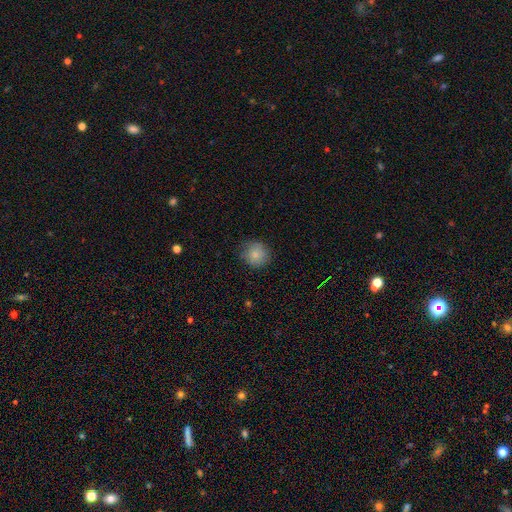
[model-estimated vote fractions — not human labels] A smooth galaxy with no disk features (69%) that is round (90%).

Vote fractions:
- Smooth or featured? smooth: 69% / featured or disk: 17% / star or artifact: 15%
- How rounded? round: 90% / in between: 9% / cigar-shaped: 1%
- Merging? none: 80% / minor disturbance: 15% / major disturbance: 4% / merger: 1%